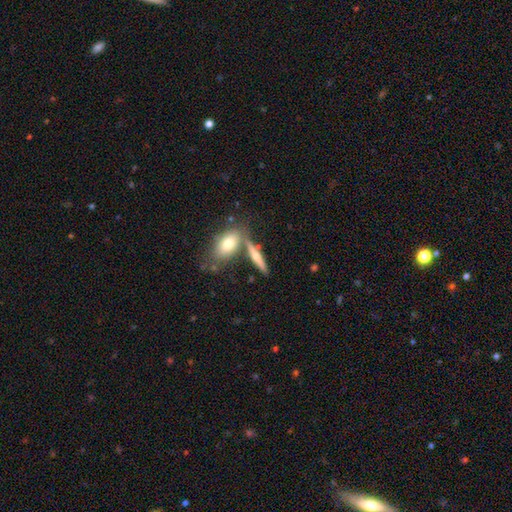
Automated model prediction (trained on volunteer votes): This appears to be a featured or disk galaxy (49%). Merging: none (62%).